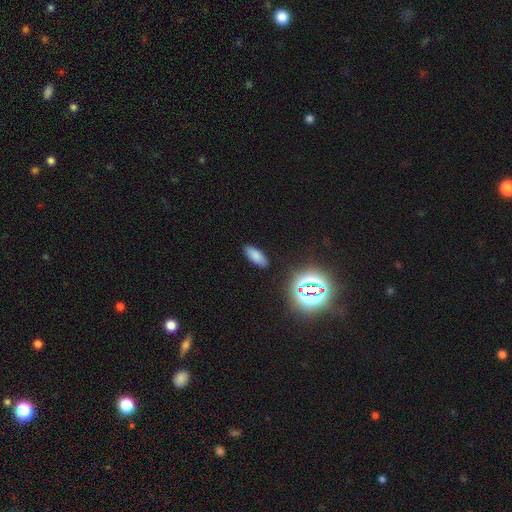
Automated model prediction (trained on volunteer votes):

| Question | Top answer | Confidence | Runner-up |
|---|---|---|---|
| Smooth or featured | smooth | 76% | star or artifact (17%) |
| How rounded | in between | 77% | cigar-shaped (19%) |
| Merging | none | 88% | minor disturbance (8%) |